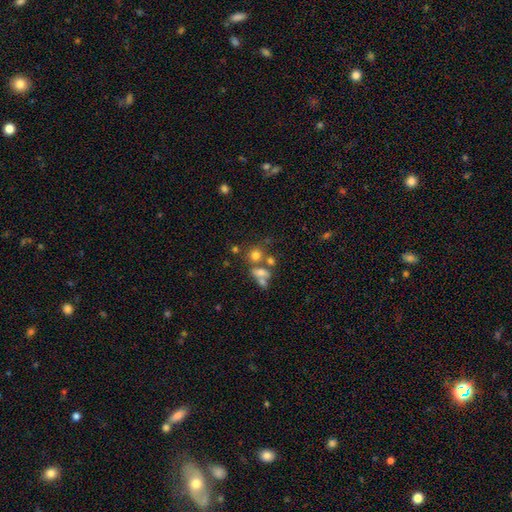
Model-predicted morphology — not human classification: smooth 64%, star or artifact 20%, featured or disk 16%. Down the decision tree: how rounded — round (74%); merging — none (46%).